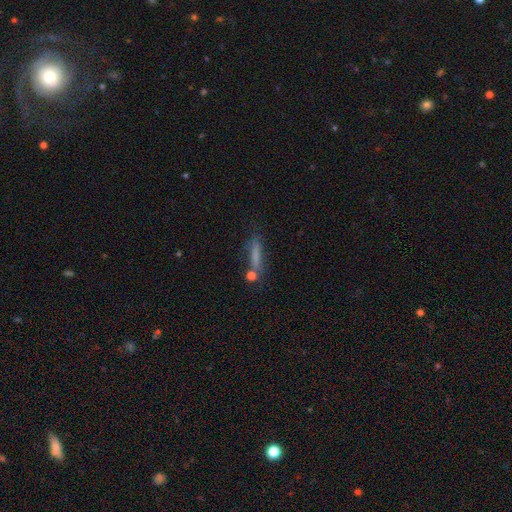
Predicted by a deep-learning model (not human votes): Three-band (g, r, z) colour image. It shows a smooth galaxy with no disk features (63%) that is cigar-shaped (85%). Merging: none (65%).